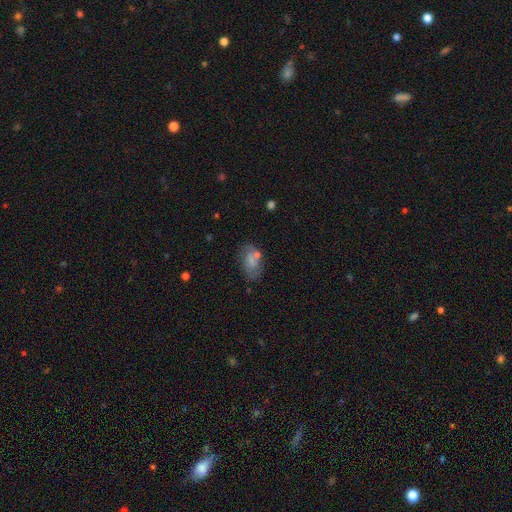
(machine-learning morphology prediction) A smooth galaxy with no disk features (51%) that is in between round and cigar-shaped (87%). Merging: none (59%).